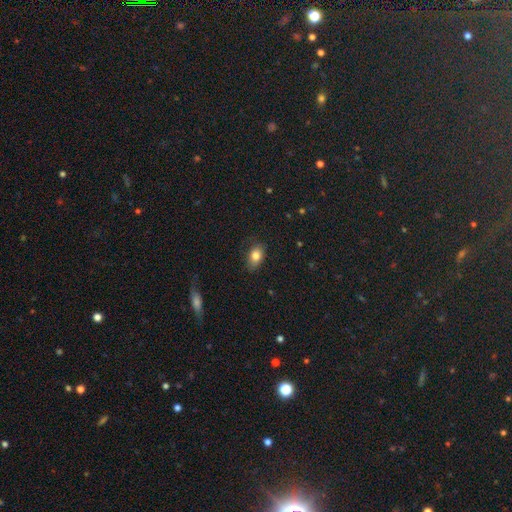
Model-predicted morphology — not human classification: type=smooth (81%); roundness=in between (82%); merging=none (76%).